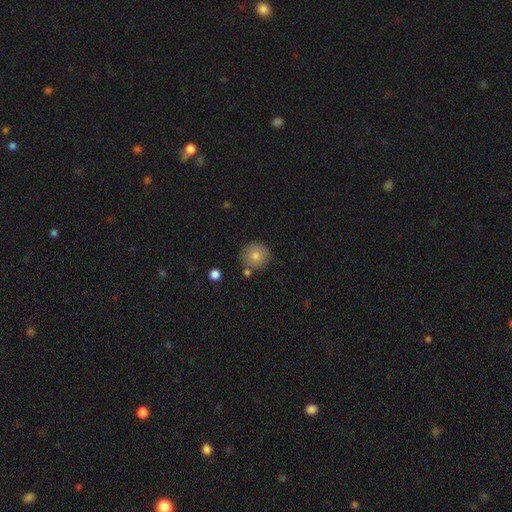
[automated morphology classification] Q: Smooth or featured?
A: smooth (81%); runner-up: featured or disk (10%)
Q: How rounded?
A: round (92%); runner-up: in between (7%)
Q: Merging?
A: none (80%); runner-up: minor disturbance (9%)